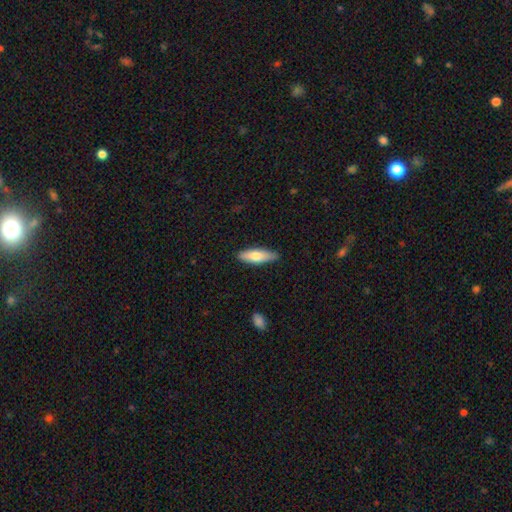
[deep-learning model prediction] A smooth galaxy with no disk features (71%) that is cigar-shaped (51%). Merging: none (83%).